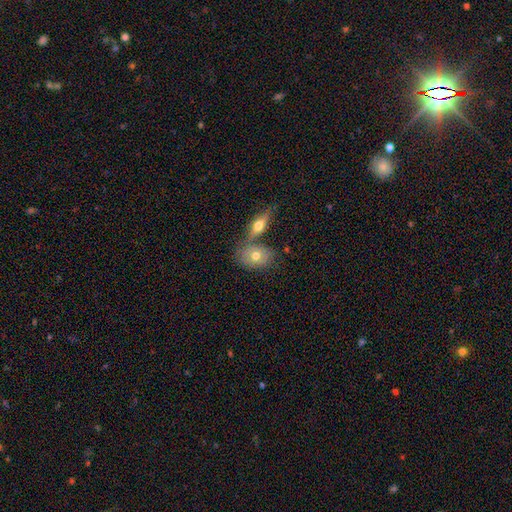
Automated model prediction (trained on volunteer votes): A smooth galaxy with no disk features (65%) that is in between round and cigar-shaped (76%). Merging: none (55%).